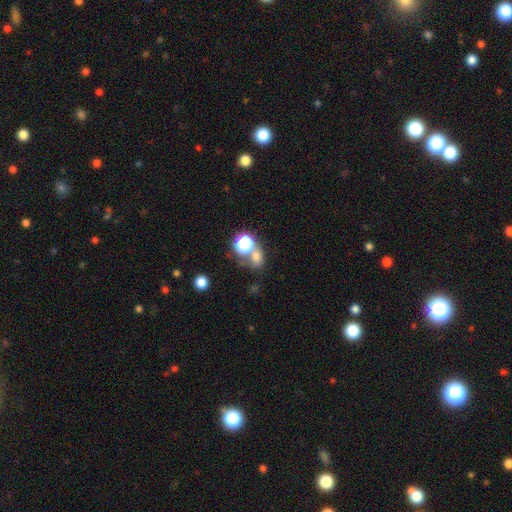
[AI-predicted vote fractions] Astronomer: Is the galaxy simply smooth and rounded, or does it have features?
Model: smooth — 67%.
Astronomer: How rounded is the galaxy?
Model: round — 57% (runner-up: in between, 42%).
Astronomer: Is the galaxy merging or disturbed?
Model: none — 48% (runner-up: merger, 34%).